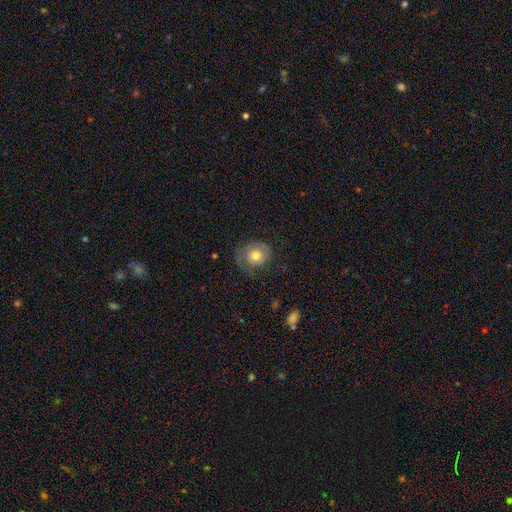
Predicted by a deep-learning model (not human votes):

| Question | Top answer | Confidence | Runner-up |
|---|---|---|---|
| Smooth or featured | smooth | 54% | featured or disk (38%) |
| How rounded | round | 72% | in between (27%) |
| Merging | none | 60% | minor disturbance (22%) |